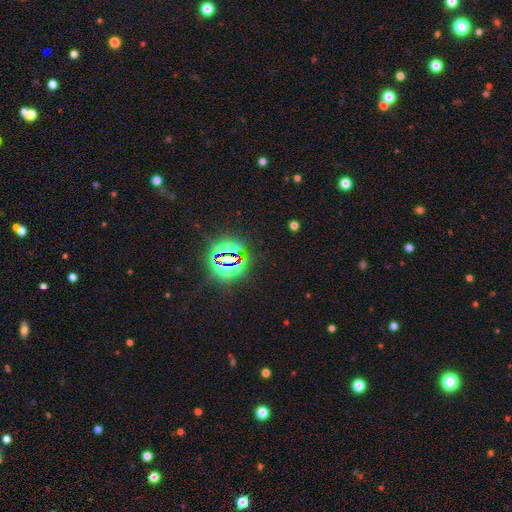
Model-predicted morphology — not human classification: A star or artifact, not a galaxy (78%).